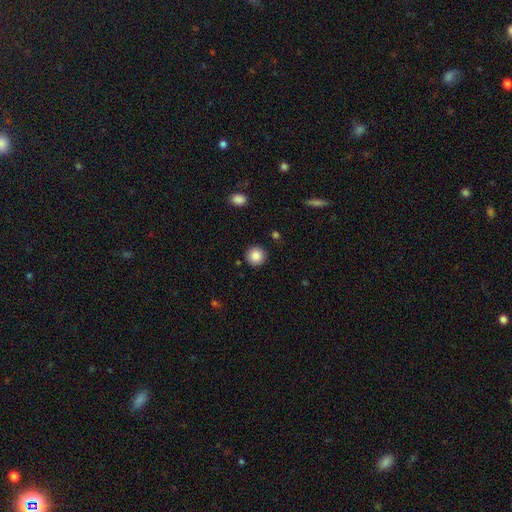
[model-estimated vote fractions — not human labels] Smooth or featured? smooth (87%)
How rounded? round (95%)
Merging? none (91%)